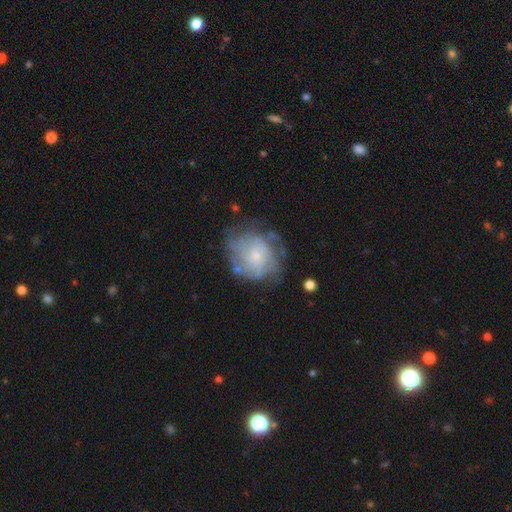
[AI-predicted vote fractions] Morphology: type=featured or disk (62%); edge-on=no (98%); bar=no (77%); spiral arms=yes (68%); bulge=small (63%); merging=none (57%).